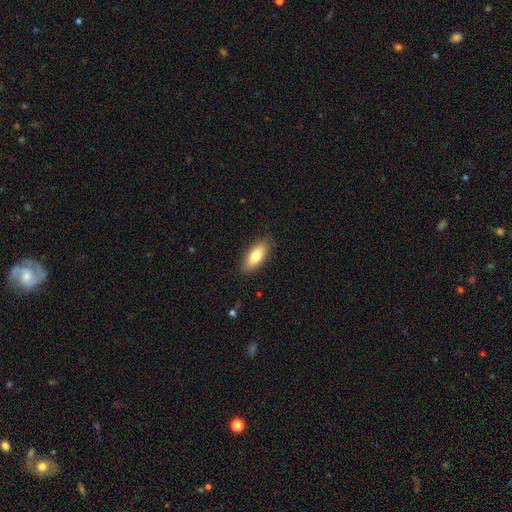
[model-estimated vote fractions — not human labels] Morphology: type=smooth (79%); roundness=in between (79%); merging=none (86%).